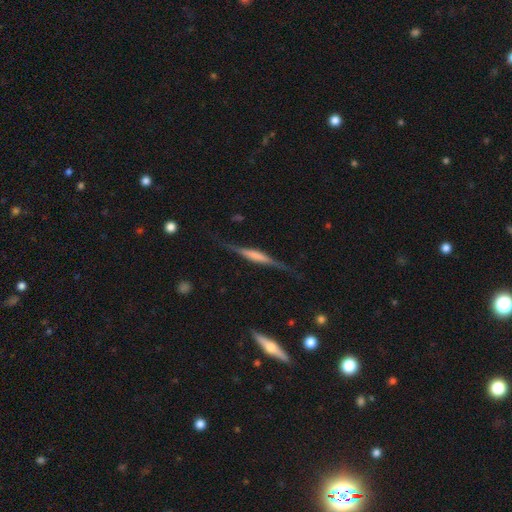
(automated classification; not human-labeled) Smooth or featured? featured or disk (68%)
Edge-on disk? yes (97%)
Edge-on bulge? boxy (41%)
Merging? none (82%)